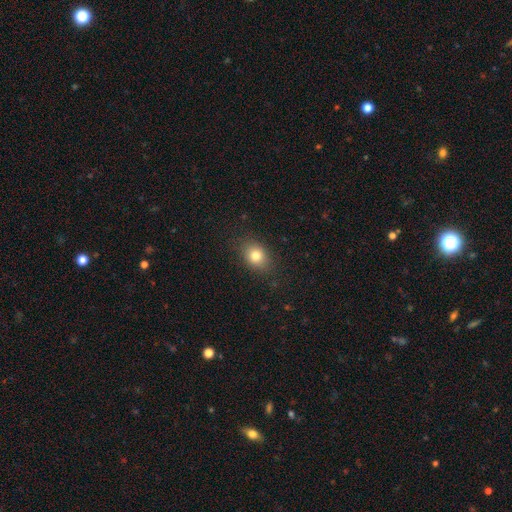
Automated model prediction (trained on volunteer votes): The model was most divided on "how rounded": in between: 59%, round: 40%, cigar-shaped: 1%. More confident: merging — none (85%); smooth or featured — smooth (79%).